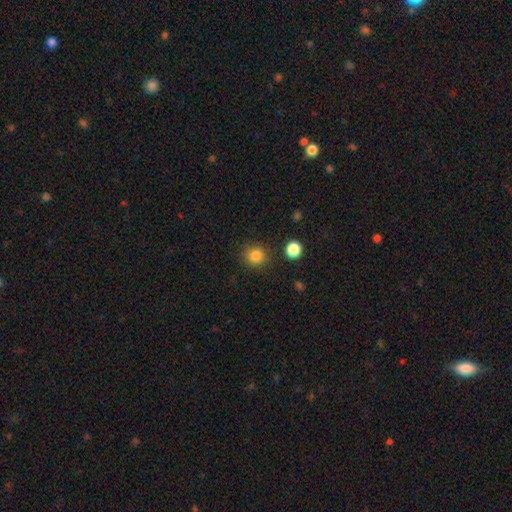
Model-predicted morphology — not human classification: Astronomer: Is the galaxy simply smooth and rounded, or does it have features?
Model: smooth — 84%.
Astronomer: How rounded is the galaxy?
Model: round — 91%.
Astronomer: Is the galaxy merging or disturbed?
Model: none — 86%.